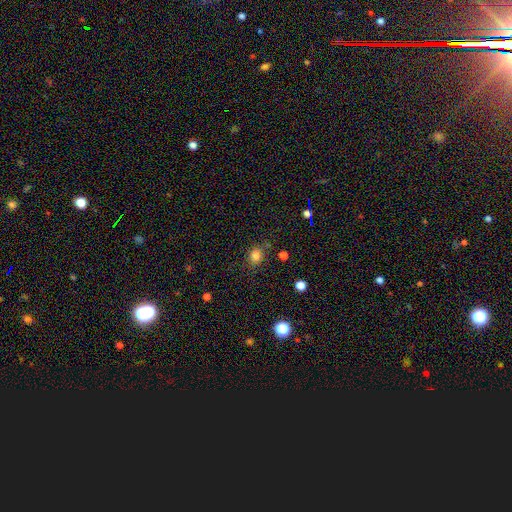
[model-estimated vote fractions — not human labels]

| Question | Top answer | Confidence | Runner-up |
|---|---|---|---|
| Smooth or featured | smooth | 81% | star or artifact (13%) |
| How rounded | round | 69% | in between (30%) |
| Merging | none | 79% | minor disturbance (13%) |